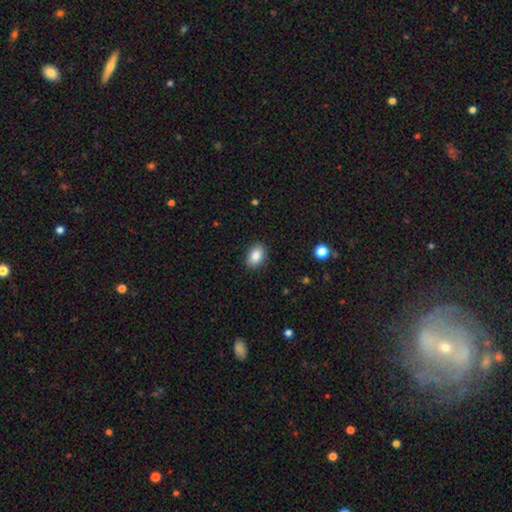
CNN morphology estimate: Q: Smooth or featured?
A: smooth (87%); runner-up: star or artifact (8%)
Q: How rounded?
A: in between (85%); runner-up: round (14%)
Q: Merging?
A: none (88%); runner-up: minor disturbance (8%)